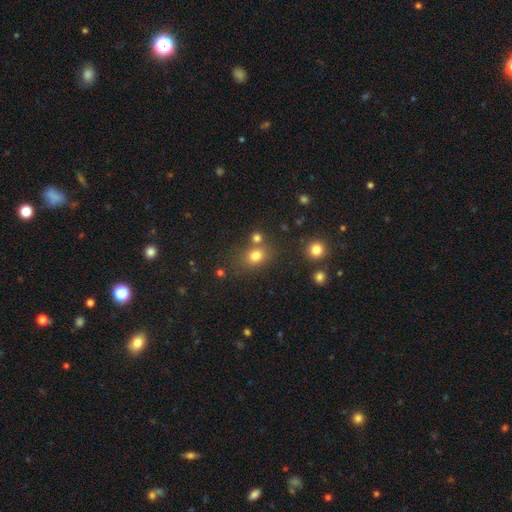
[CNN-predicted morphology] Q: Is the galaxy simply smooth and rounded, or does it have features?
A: smooth — 77%.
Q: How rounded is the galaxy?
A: round — 60%.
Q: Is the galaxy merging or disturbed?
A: none — 66%.